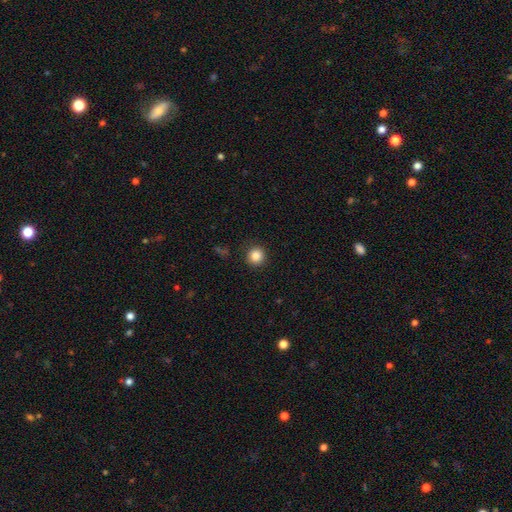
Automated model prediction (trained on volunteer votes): Smooth or featured? smooth (85%)
How rounded? round (94%)
Merging? none (91%)